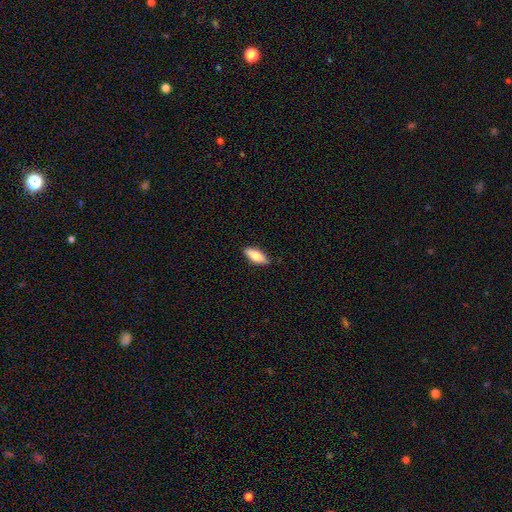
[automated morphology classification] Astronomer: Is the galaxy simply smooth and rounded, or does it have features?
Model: smooth — 77%.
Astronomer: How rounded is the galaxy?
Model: in between — 75%.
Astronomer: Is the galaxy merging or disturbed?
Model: none — 86%.